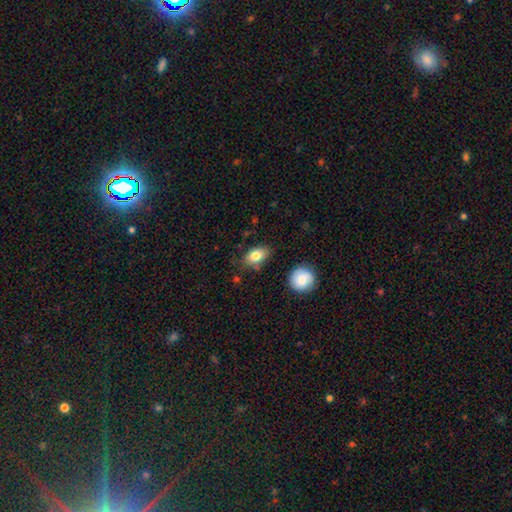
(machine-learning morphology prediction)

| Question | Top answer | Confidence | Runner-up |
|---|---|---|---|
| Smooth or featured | smooth | 82% | featured or disk (11%) |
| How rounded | in between | 86% | round (12%) |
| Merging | none | 77% | minor disturbance (16%) |